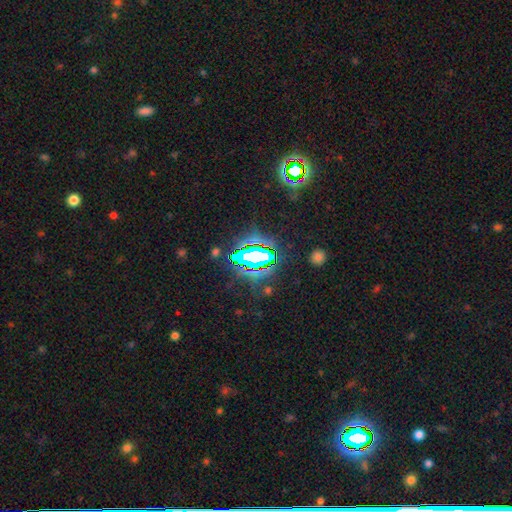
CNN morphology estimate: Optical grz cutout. It shows a star or artifact, not a galaxy (73%).